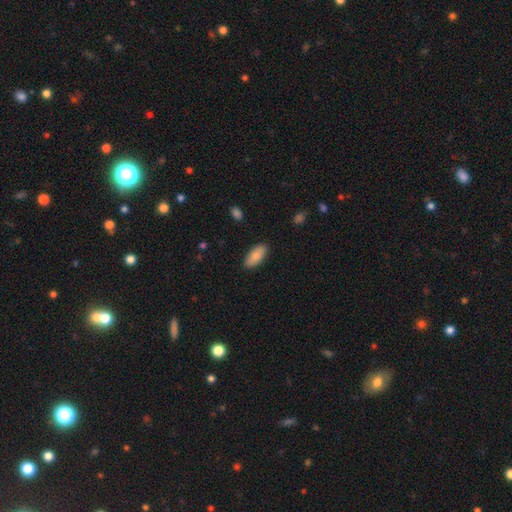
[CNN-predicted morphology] The model was most divided on "smooth or featured": smooth: 84%, featured or disk: 10%, star or artifact: 6%. More confident: merging — none (88%); how rounded — in between (87%).